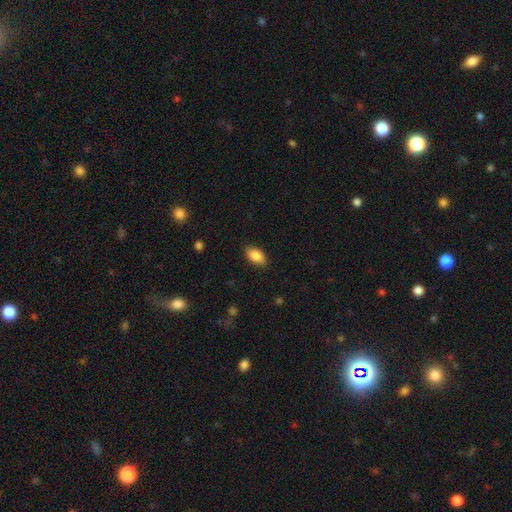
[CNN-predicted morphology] smooth-or-featured: smooth: 86% | star or artifact: 7% | featured or disk: 7%
  how-rounded: in between: 92% | round: 4% | cigar-shaped: 3%
  merging: none: 87% | minor disturbance: 10% | major disturbance: 2% | merger: 1%